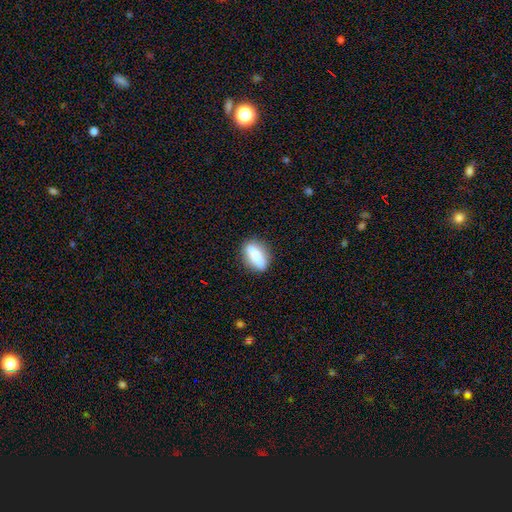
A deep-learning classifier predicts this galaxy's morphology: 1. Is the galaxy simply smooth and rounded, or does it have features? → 52% smooth, 41% featured or disk, 7% star or artifact.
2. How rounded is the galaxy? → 64% in between, 25% cigar-shaped, 11% round.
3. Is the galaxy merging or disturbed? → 85% none, 11% minor disturbance, 3% major disturbance, 2% merger.